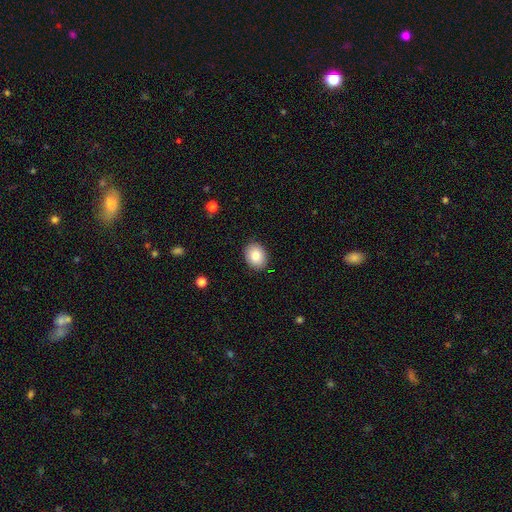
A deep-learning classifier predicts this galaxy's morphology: Smooth or featured: smooth — 83% (featured or disk — 8%)
How rounded: in between — 57% (round — 42%)
Merging: none — 89% (minor disturbance — 8%)